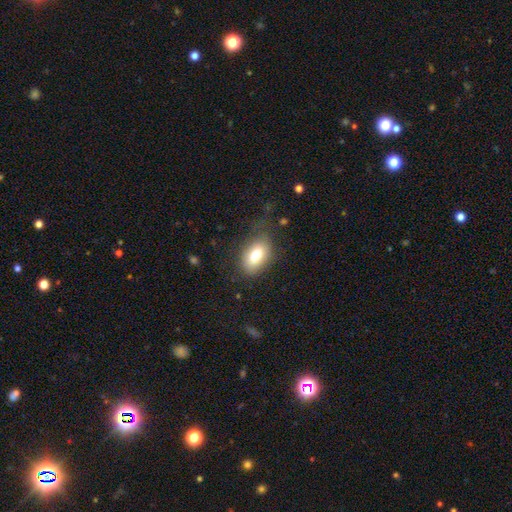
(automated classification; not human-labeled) This appears to be a smooth galaxy with no disk features (77%) that is in between round and cigar-shaped (90%). Merging: none (69%).